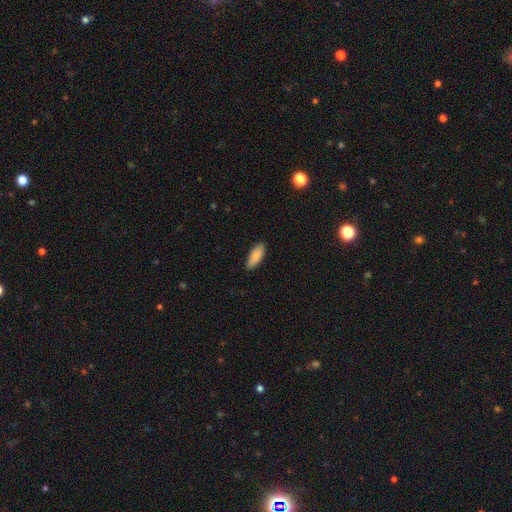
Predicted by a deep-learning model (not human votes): This appears to be a smooth galaxy with no disk features (88%) that is in between round and cigar-shaped (77%). Merging: none (84%).